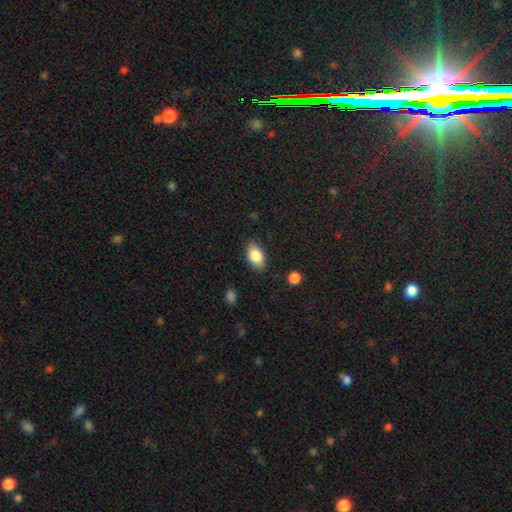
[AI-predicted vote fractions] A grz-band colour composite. It shows a smooth galaxy with no disk features (85%) that is in between round and cigar-shaped (90%). Merging: none (84%).